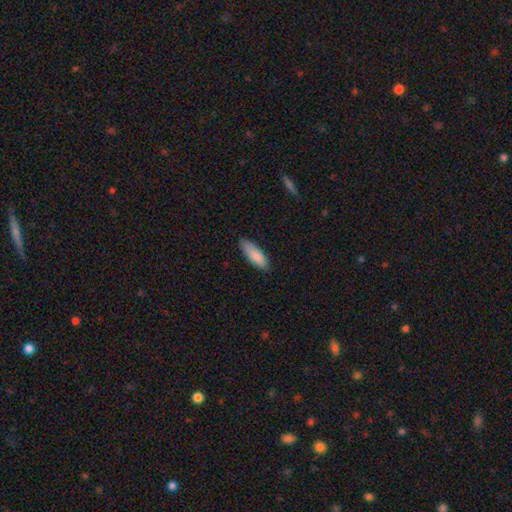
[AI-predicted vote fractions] Overall: smooth (87%). How rounded: in between (61%; cigar-shaped 37%). Merging: none (82%).